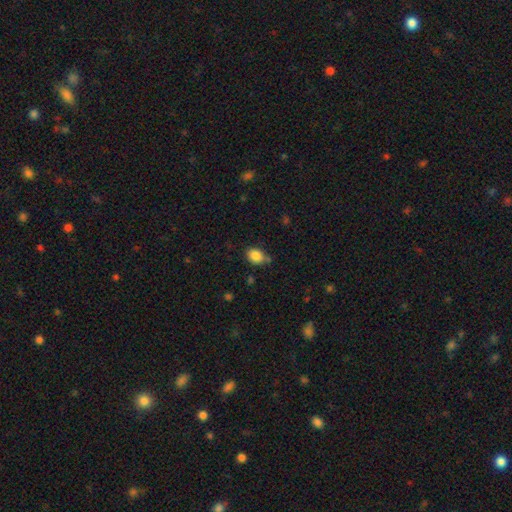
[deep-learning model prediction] This is clearly a smooth galaxy (85%). How rounded: possibly in between (59%). Merging: likely none (72%).